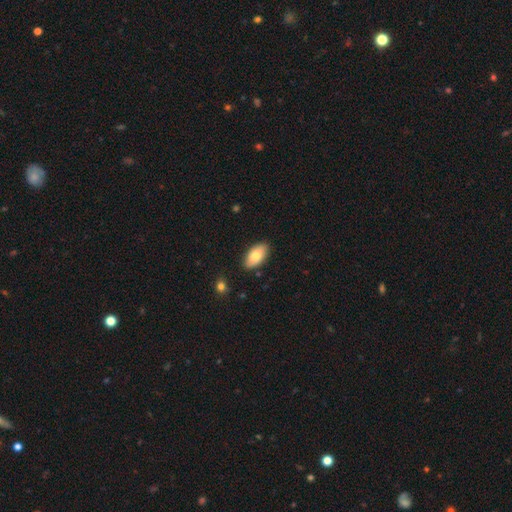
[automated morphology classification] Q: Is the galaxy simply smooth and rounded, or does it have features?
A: smooth — 81%.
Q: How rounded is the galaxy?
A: in between — 94%.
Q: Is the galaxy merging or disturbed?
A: none — 86%.